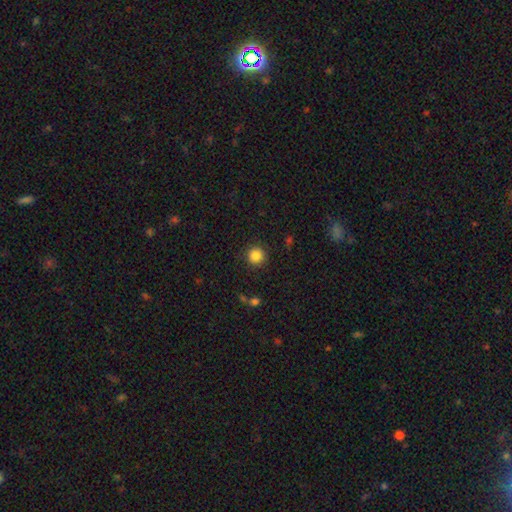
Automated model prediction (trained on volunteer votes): Overall: smooth (85%). How rounded: round (95%). Merging: none (90%).